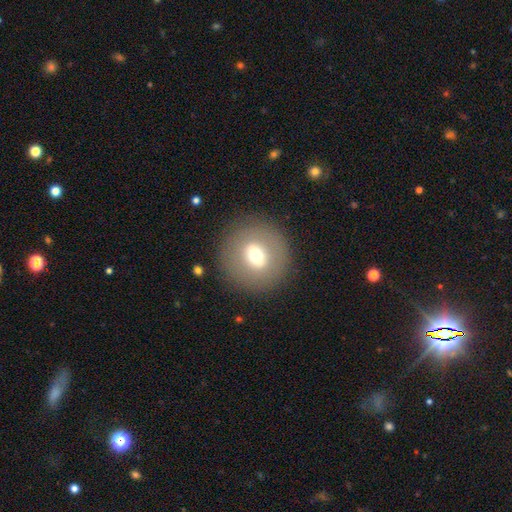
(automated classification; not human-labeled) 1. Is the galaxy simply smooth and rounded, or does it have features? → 57% smooth, 33% featured or disk, 10% star or artifact.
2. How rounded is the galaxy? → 88% round, 11% in between, 1% cigar-shaped.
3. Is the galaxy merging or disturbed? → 87% none, 8% minor disturbance, 4% major disturbance, 1% merger.